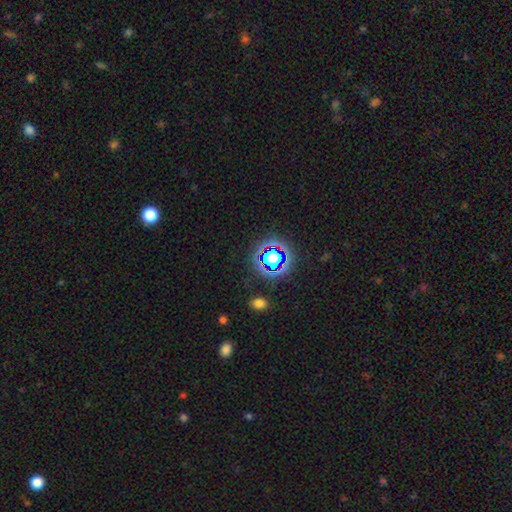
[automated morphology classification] Smooth or featured? Predicted: star or artifact (p=0.78).